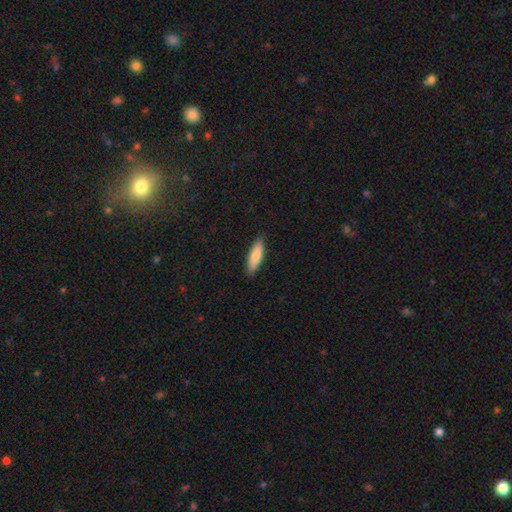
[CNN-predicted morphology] Smooth or featured? smooth (85%)
How rounded? cigar-shaped (53%)
Merging? none (89%)